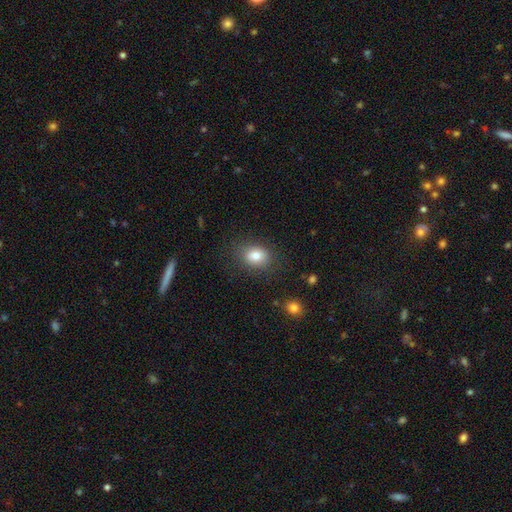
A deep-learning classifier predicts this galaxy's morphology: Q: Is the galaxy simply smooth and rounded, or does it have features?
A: smooth — 81%.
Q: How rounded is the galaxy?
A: in between — 58%.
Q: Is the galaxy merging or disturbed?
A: none — 82%.